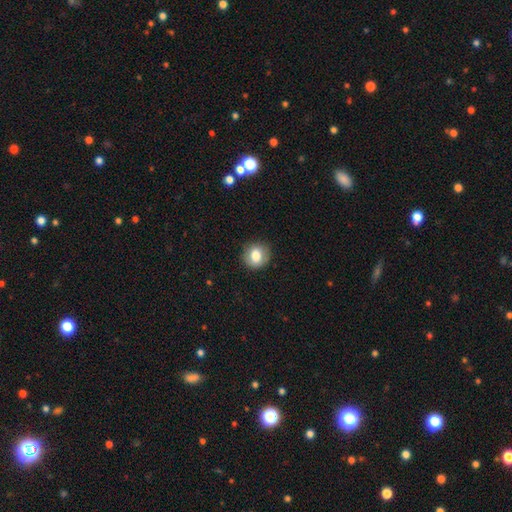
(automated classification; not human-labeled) The model was most divided on "how rounded": round: 79%, in between: 20%, cigar-shaped: 1%. More confident: merging — none (85%); smooth or featured — smooth (79%).